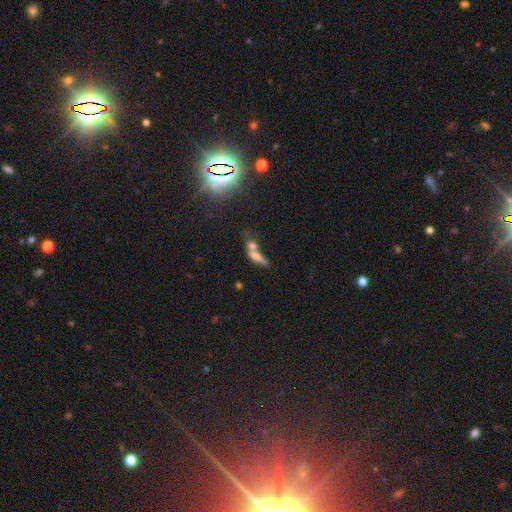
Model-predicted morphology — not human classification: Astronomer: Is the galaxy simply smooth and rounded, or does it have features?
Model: smooth — 58%.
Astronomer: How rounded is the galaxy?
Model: cigar-shaped — 47% (runner-up: in between, 44%).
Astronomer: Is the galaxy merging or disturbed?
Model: merger — 54%.